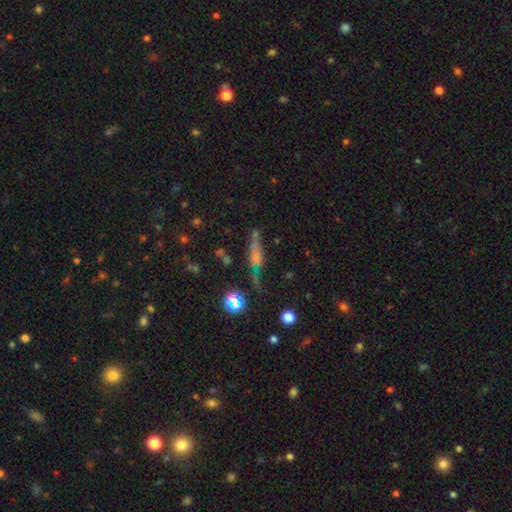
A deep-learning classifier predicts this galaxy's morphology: smooth_or_featured: featured or disk (p=0.38) [alt: smooth p=0.36]
merging: none (p=0.58) [alt: minor disturbance p=0.20]